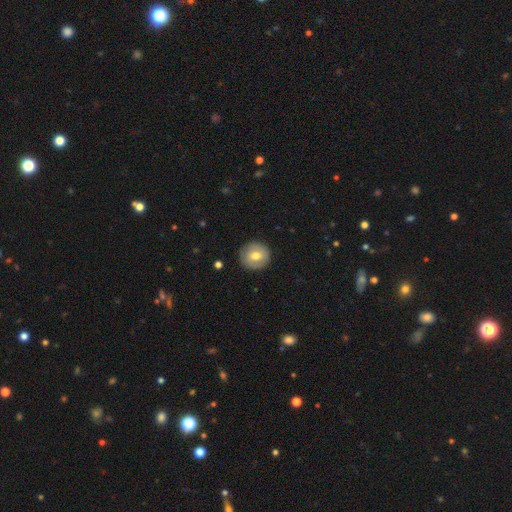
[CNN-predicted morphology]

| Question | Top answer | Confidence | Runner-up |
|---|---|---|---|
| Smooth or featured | smooth | 66% | featured or disk (27%) |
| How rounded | round | 93% | in between (6%) |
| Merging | none | 89% | minor disturbance (8%) |